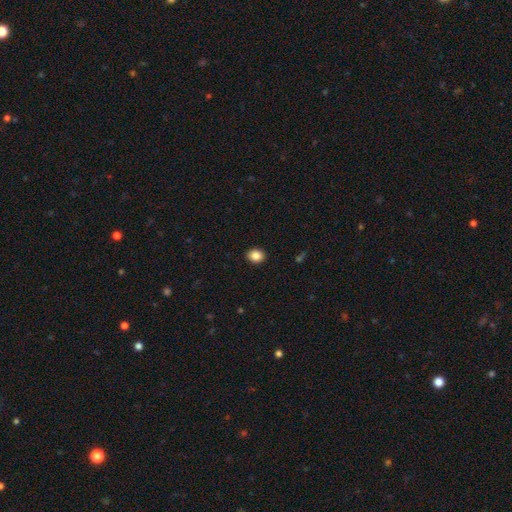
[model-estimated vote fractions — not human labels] Smooth or featured? Predicted: smooth (p=0.86). How rounded? Predicted: round (p=0.55). Merging? Predicted: none (p=0.92).